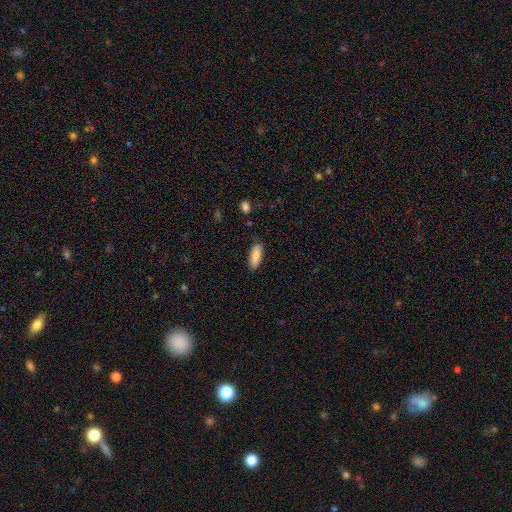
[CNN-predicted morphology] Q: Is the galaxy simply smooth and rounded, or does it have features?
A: smooth — 84%.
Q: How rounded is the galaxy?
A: in between — 69%.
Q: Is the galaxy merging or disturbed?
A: none — 86%.